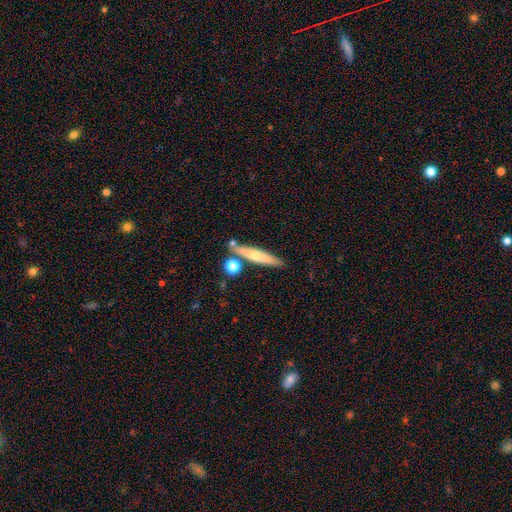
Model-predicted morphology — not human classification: smooth_or_featured: smooth (p=0.49) [alt: featured or disk p=0.44]
merging: none (p=0.78) [alt: minor disturbance p=0.11]